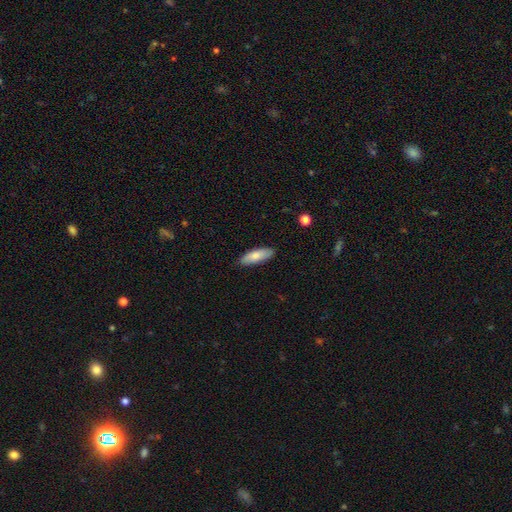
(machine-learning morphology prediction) Overall: smooth (79%). How rounded: in between (58%; cigar-shaped 40%). Merging: none (87%).